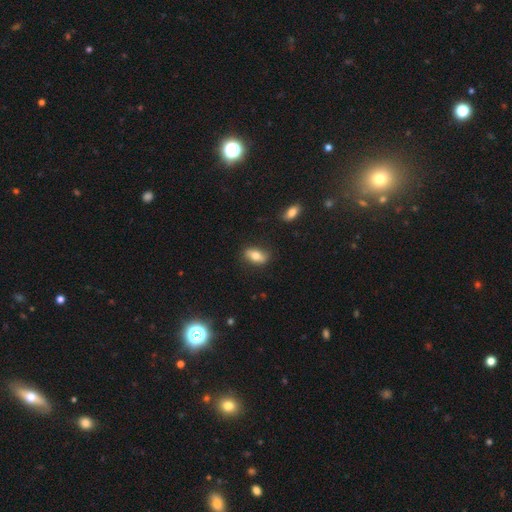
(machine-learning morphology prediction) Smooth or featured: smooth — 70% (featured or disk — 23%)
How rounded: in between — 83% (cigar-shaped — 12%)
Merging: none — 81% (minor disturbance — 14%)